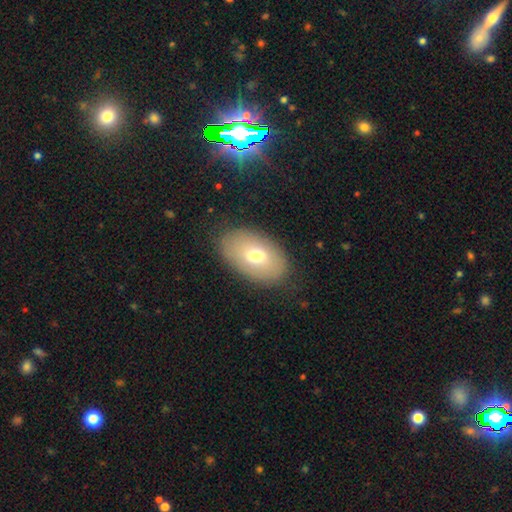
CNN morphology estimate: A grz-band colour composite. It shows a smooth galaxy with no disk features (68%) that is in between round and cigar-shaped (91%). Merging: none (83%).